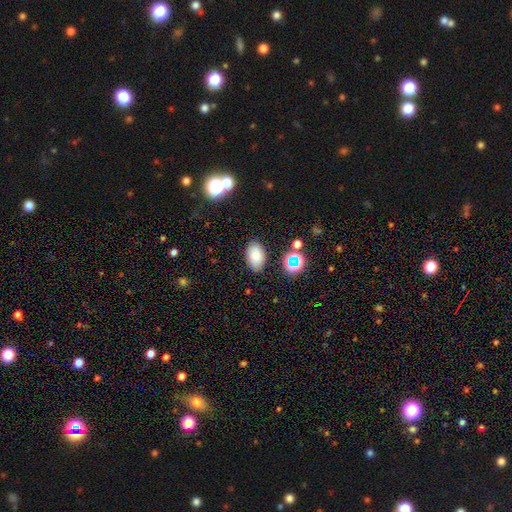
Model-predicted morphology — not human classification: A smooth galaxy with no disk features (80%) that is in between round and cigar-shaped (92%). Merging: none (84%).